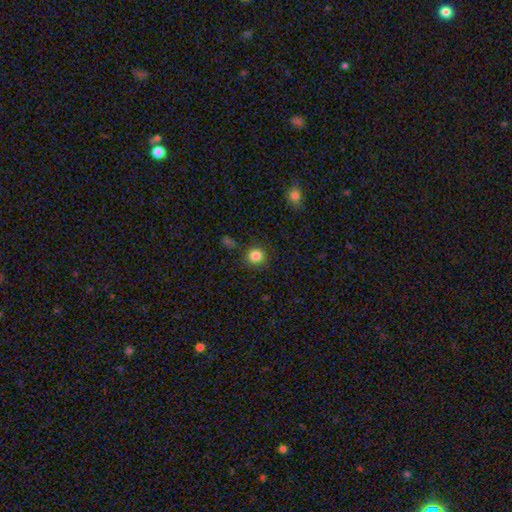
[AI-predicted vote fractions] A smooth galaxy with no disk features (85%) that is round (89%).

Vote fractions:
- Smooth or featured? smooth: 85% / star or artifact: 11% / featured or disk: 4%
- How rounded? round: 89% / in between: 10% / cigar-shaped: 1%
- Merging? none: 85% / minor disturbance: 10% / major disturbance: 3% / merger: 3%